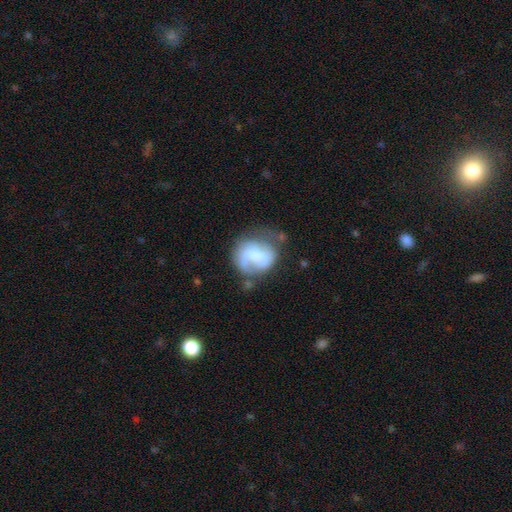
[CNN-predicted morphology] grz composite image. It shows a featured or disk galaxy (56%) with a weak bar (45%), spiral arms (70%) and a moderate central bulge (32%). Merging: none (42%).